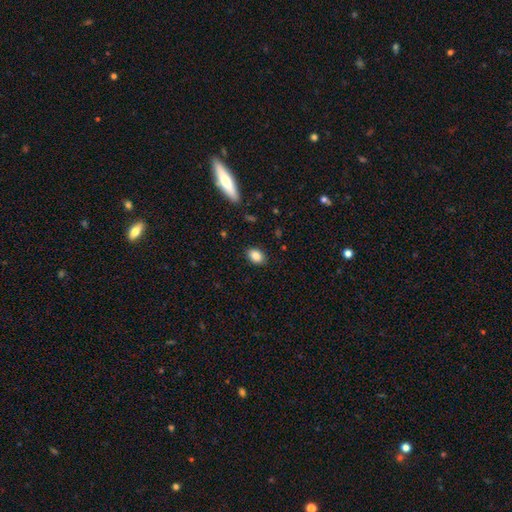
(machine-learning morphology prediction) This appears to be a smooth galaxy with no disk features (86%) that is in between round and cigar-shaped (77%). Merging: none (88%).